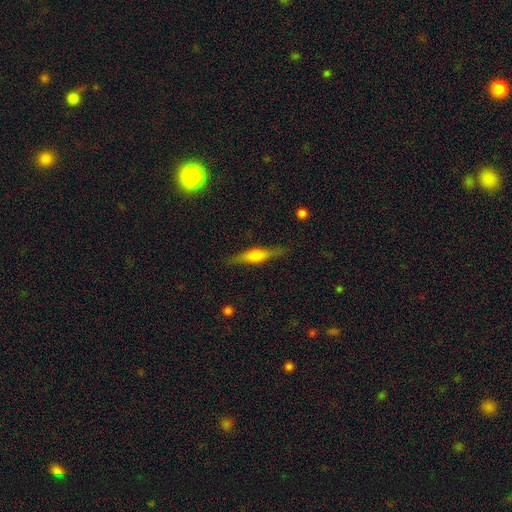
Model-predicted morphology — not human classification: Q: Smooth or featured?
A: featured or disk (53%); runner-up: smooth (40%)
Q: Edge-on disk?
A: yes (94%); runner-up: no (6%)
Q: Edge-on bulge?
A: rounded (78%); runner-up: boxy (16%)
Q: Merging?
A: none (84%); runner-up: minor disturbance (12%)